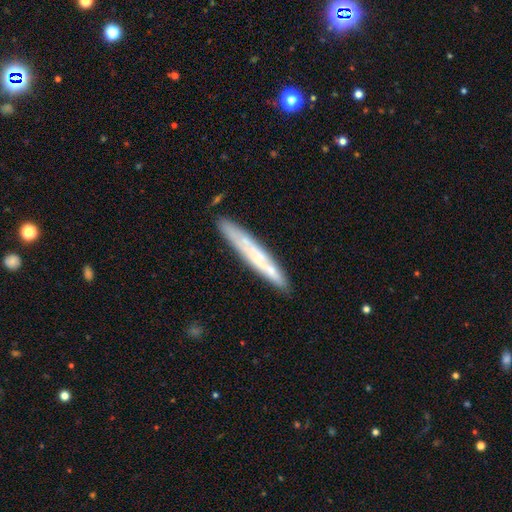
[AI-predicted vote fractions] Overall: featured or disk (48%; smooth 45%). Merging: none (82%).